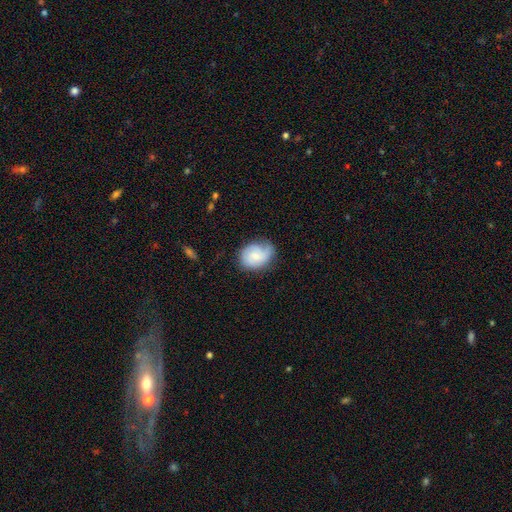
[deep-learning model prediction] Smooth or featured? Predicted: smooth (p=0.49). Merging? Predicted: none (p=0.58).